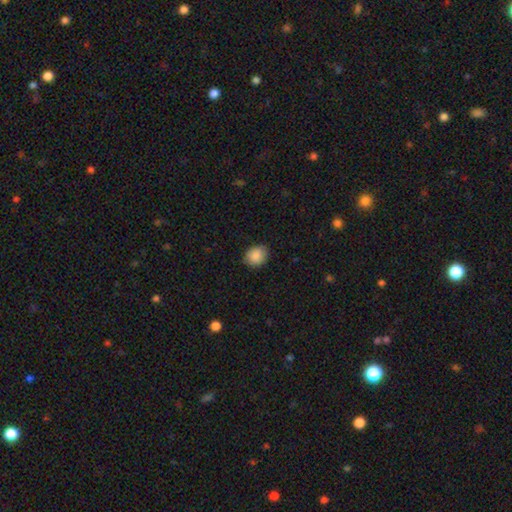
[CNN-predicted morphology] Smooth or featured? smooth (88%)
How rounded? round (59%)
Merging? none (81%)